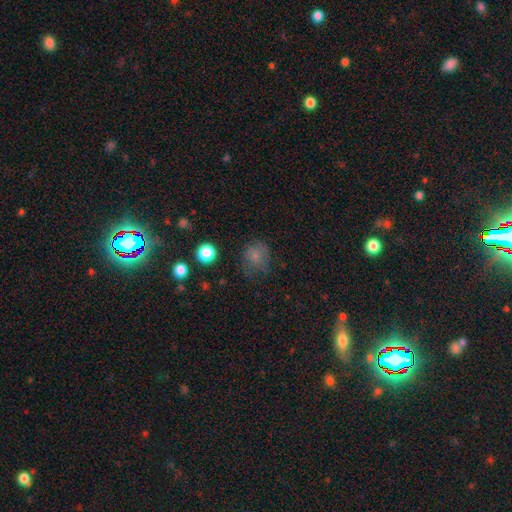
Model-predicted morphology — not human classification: smooth 73%, star or artifact 15%, featured or disk 13%. Down the decision tree: how rounded — round (76%); merging — none (62%).